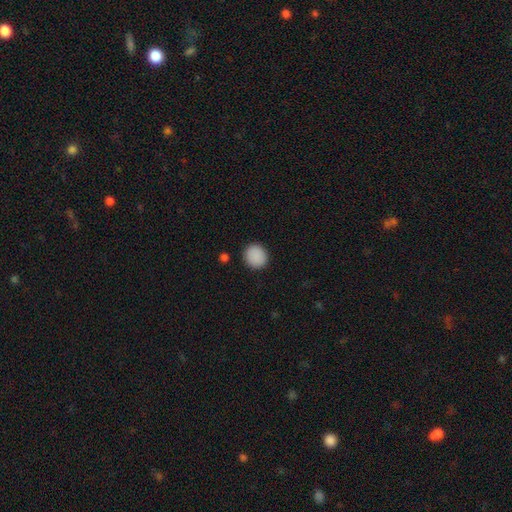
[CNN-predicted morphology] This is clearly a smooth galaxy (89%). How rounded: clearly round (84%). Merging: clearly none (90%).